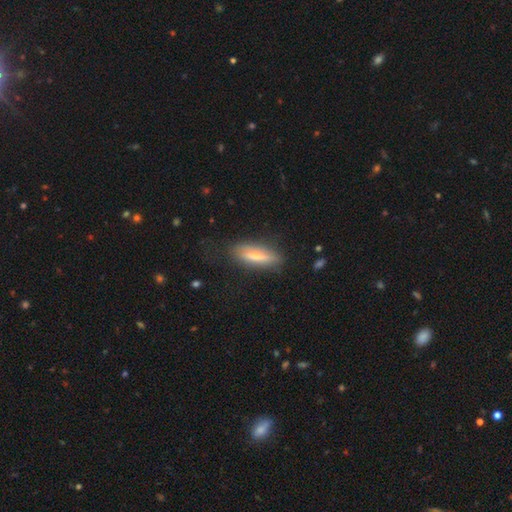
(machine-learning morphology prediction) smooth 51%, featured or disk 41%, star or artifact 8%. Down the decision tree: how rounded — cigar-shaped (57%); merging — none (78%).